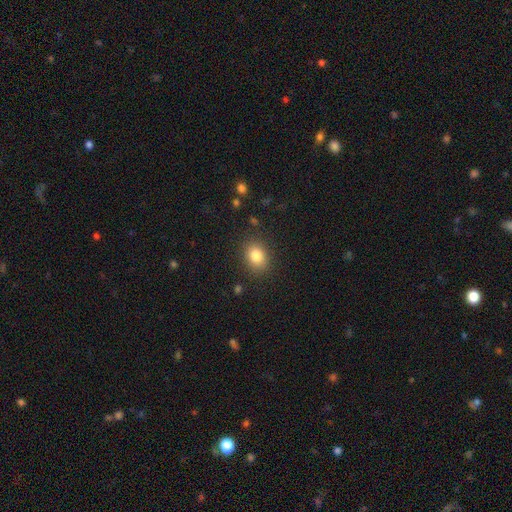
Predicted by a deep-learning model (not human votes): This appears to be a smooth galaxy with no disk features (82%) that is in between round and cigar-shaped (54%). Merging: none (86%).